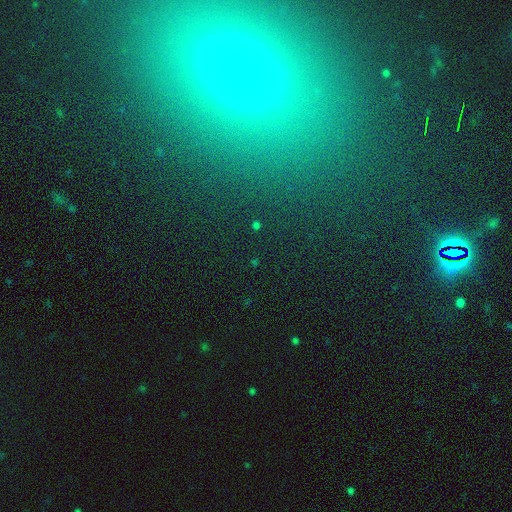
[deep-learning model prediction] Morphology: type=star or artifact (52%).